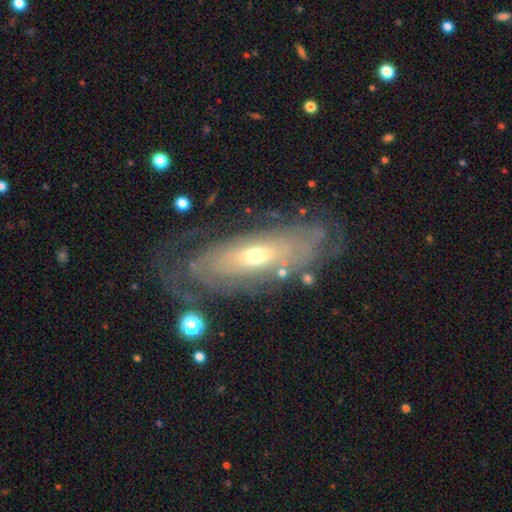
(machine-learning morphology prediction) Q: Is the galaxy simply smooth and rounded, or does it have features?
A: featured or disk — 79%.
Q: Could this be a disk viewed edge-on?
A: no — 85%.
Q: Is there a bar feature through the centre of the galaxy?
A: no — 72%.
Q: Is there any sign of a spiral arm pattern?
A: yes — 81%.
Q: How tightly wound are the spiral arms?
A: tight — 75%.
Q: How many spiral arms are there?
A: can't tell — 65%.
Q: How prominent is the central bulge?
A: moderate — 50%.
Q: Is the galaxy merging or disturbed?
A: none — 69%.